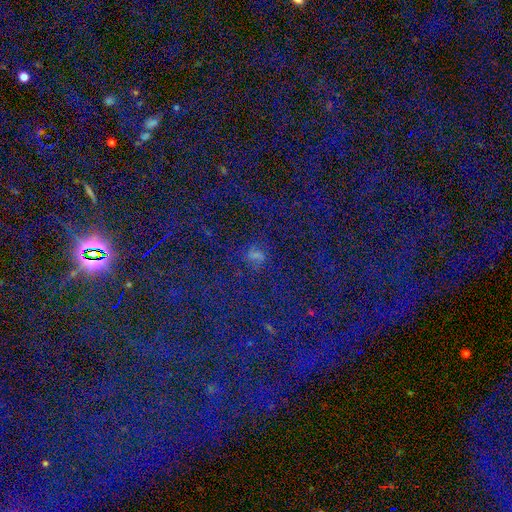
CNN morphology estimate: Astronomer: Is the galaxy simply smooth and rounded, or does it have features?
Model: star or artifact — 57%.